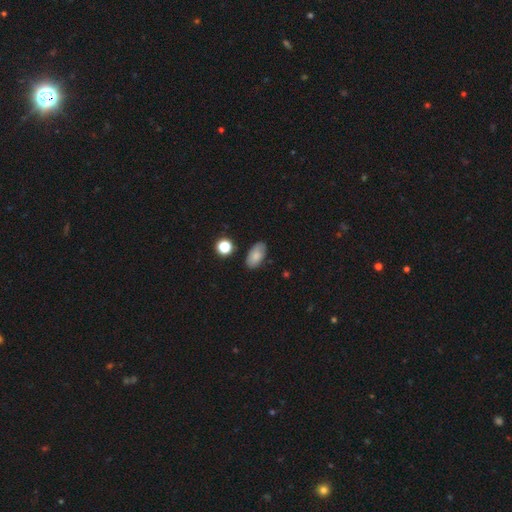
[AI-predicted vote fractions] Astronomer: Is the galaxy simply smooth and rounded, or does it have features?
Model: smooth — 78%.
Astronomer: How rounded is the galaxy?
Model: in between — 93%.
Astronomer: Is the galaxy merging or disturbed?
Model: none — 80%.